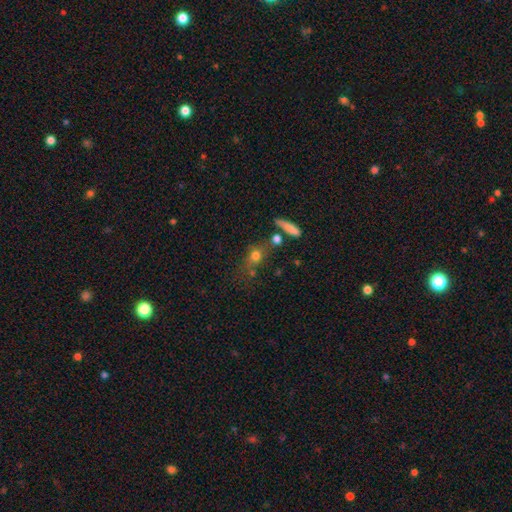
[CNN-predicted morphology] smooth-or-featured: smooth: 71% | featured or disk: 16% | star or artifact: 13%
  how-rounded: round: 48% | in between: 36% | cigar-shaped: 16%
  merging: none: 55% | merger: 18% | minor disturbance: 16% | major disturbance: 10%